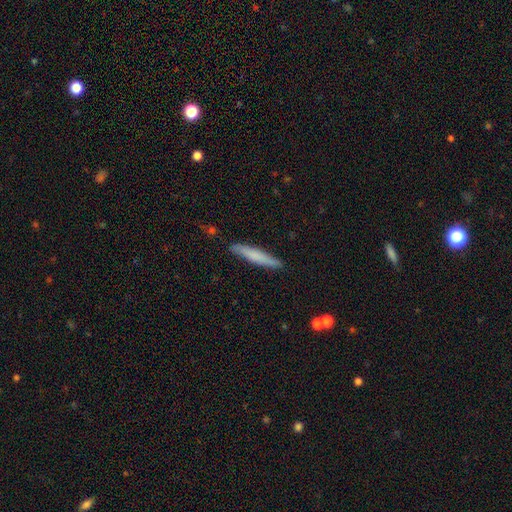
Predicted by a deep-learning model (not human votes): Overall: smooth (68%). How rounded: cigar-shaped (93%). Merging: none (89%).